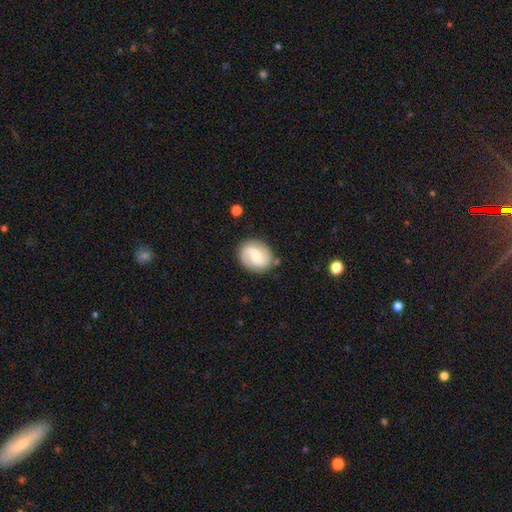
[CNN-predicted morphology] smooth_or_featured: featured or disk (p=0.73) [alt: smooth p=0.21]
disk_edge_on: no (p=0.98) [alt: yes p=0.02]
bar: weak (p=0.54) [alt: no p=0.24]
has_spiral_arms: yes (p=0.94) [alt: no p=0.06]
spiral_winding: medium (p=0.44) [alt: loose p=0.37]
spiral_arm_count: 2 (p=0.90) [alt: can't tell p=0.04]
bulge_size: moderate (p=0.48) [alt: small p=0.32]
merging: none (p=0.81) [alt: minor disturbance p=0.12]